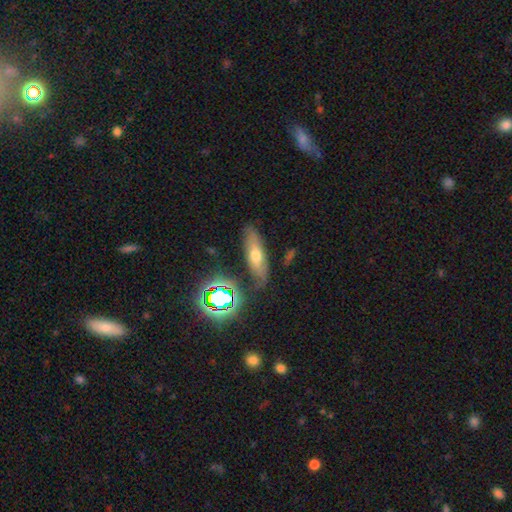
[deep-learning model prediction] This is possibly a smooth galaxy (49%). Merging: likely none (77%).